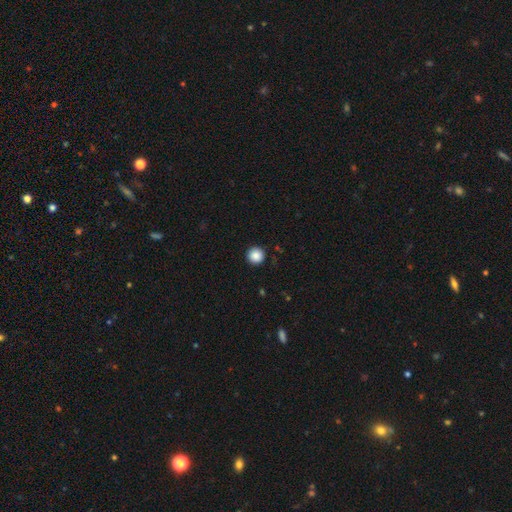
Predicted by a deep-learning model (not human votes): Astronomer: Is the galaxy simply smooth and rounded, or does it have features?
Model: smooth — 87%.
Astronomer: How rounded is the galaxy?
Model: round — 96%.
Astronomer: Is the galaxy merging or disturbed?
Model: none — 92%.